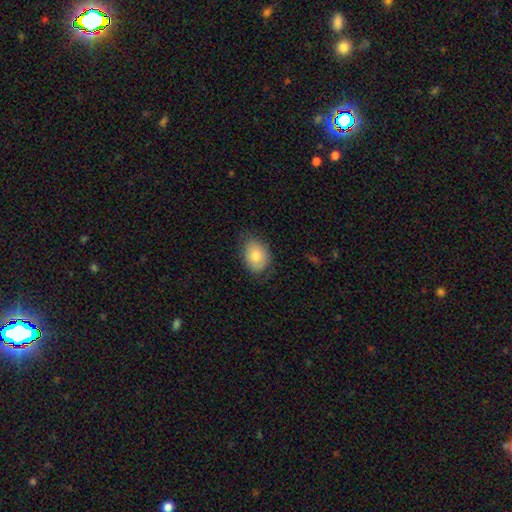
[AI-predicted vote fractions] Smooth or featured: smooth — 77% (featured or disk — 16%)
How rounded: in between — 71% (round — 28%)
Merging: none — 71% (minor disturbance — 23%)